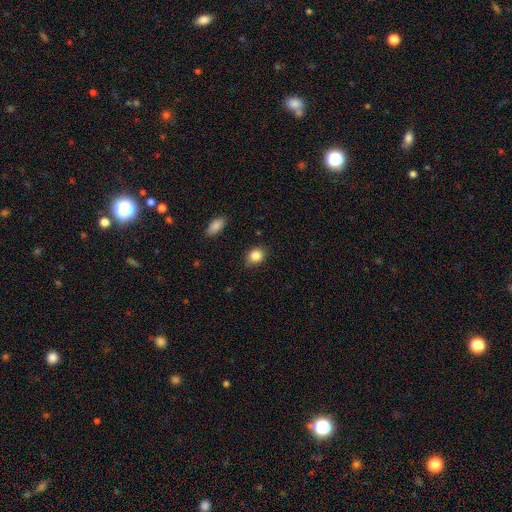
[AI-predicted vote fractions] smooth_or_featured: smooth (p=0.84) [alt: star or artifact p=0.10]
how_rounded: in between (p=0.52) [alt: round p=0.47]
merging: none (p=0.80) [alt: minor disturbance p=0.16]